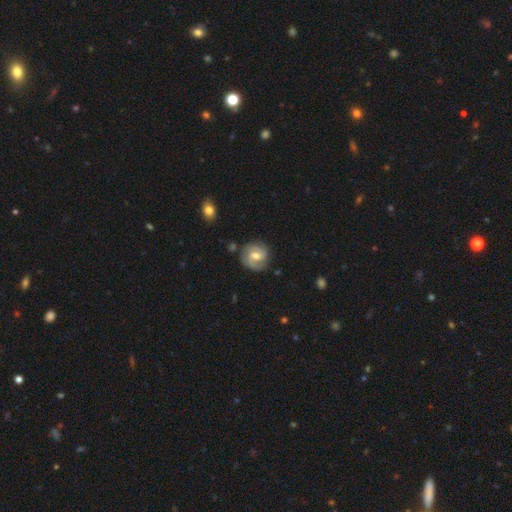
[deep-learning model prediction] A featured or disk galaxy (73%) with a weak bar (56%), 2 (69%) tight (44%) spiral arms (93%) and a moderate central bulge (67%). Merging: none (78%).